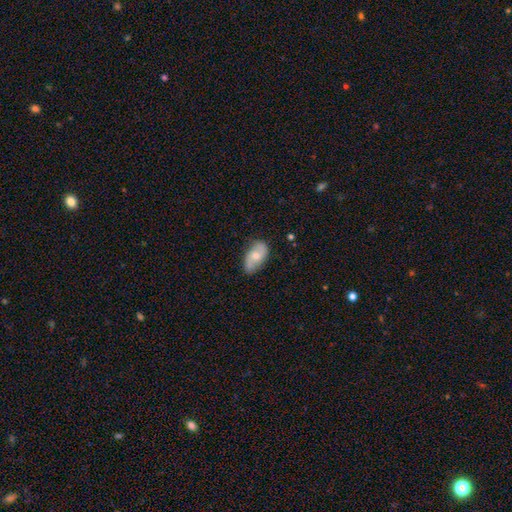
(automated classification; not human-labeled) Overall: smooth (47%; featured or disk 46%). Merging: none (72%).